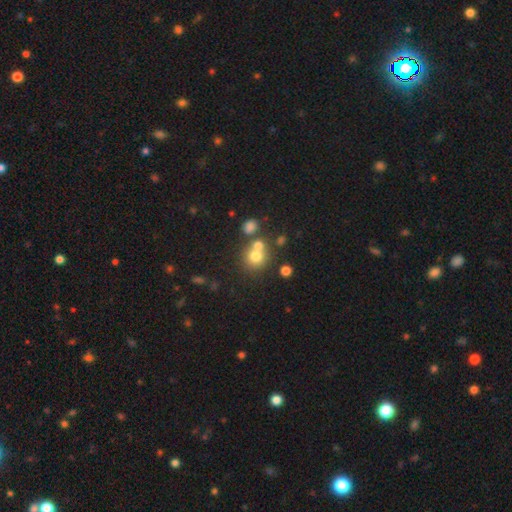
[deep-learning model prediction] Smooth or featured? Predicted: smooth (p=0.73). How rounded? Predicted: round (p=0.85). Merging? Predicted: none (p=0.51).